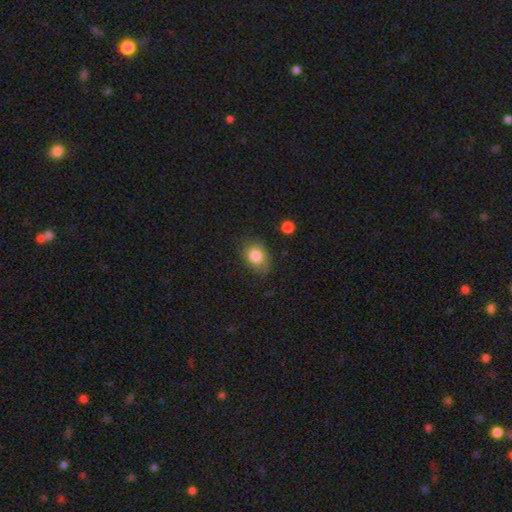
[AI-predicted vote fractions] smooth 83%, star or artifact 9%, featured or disk 8%. Down the decision tree: how rounded — in between (66%); merging — none (70%).